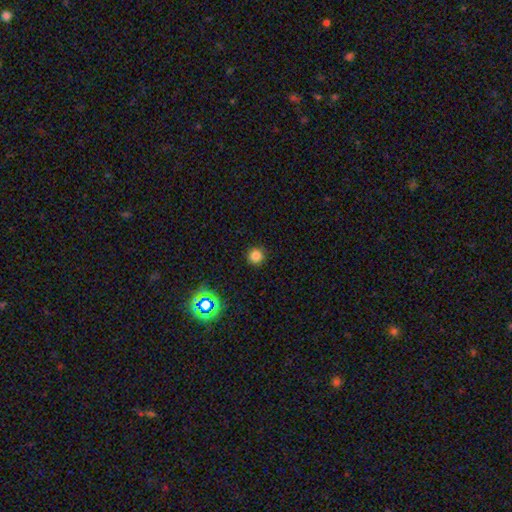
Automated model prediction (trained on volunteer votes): A smooth galaxy with no disk features (80%) that is round (95%). Merging: none (91%).